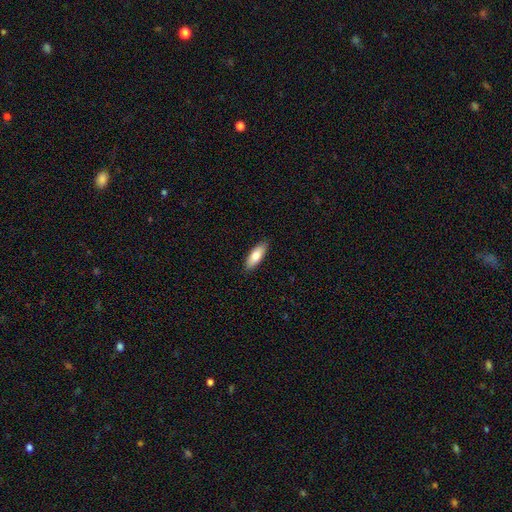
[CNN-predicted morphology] Smooth or featured? Predicted: smooth (p=0.80). How rounded? Predicted: in between (p=0.69). Merging? Predicted: none (p=0.89).